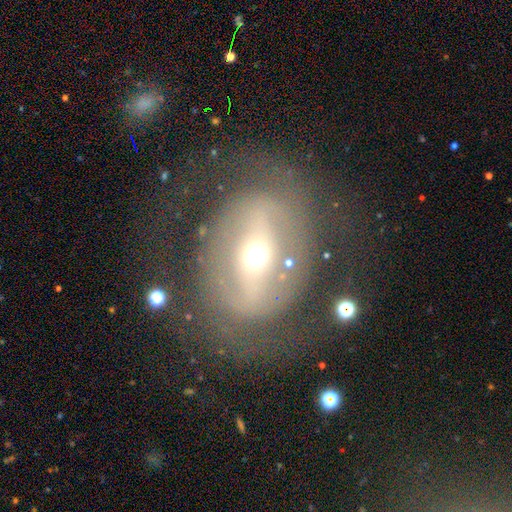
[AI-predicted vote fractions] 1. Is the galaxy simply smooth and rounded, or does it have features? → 69% featured or disk, 23% smooth, 9% star or artifact.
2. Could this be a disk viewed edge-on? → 91% no, 9% yes.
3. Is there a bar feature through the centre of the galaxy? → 57% strong, 24% weak, 18% no.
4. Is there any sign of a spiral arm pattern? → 67% no, 33% yes.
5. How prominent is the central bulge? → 63% moderate, 24% small, 9% large, 2% dominant, 1% none.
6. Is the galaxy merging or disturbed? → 69% none, 15% major disturbance, 13% minor disturbance, 2% merger.